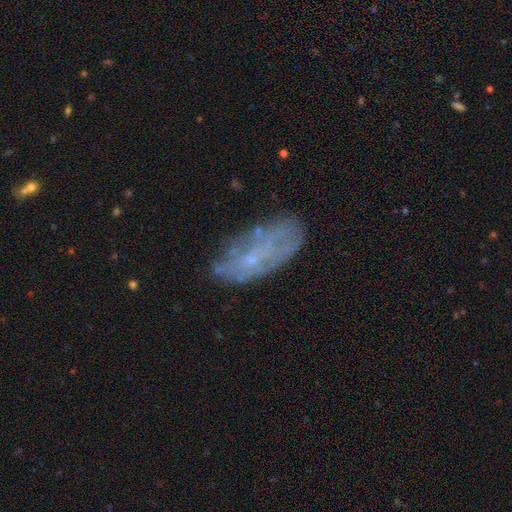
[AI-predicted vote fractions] Smooth or featured? Predicted: featured or disk (p=0.52). Edge-on disk? Predicted: no (p=0.88). Merging? Predicted: none (p=0.68).